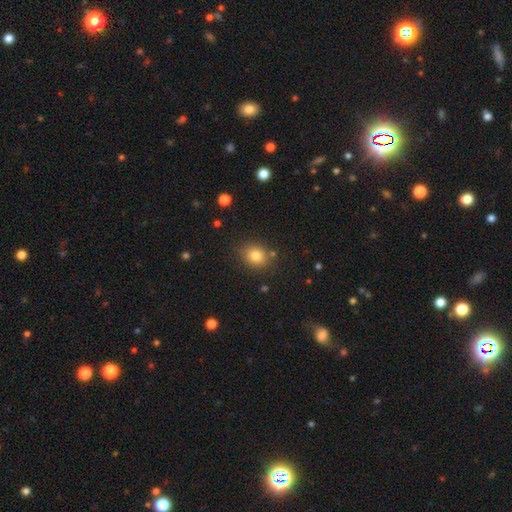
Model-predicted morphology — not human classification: smooth_or_featured: smooth (p=0.81) [alt: star or artifact p=0.12]
how_rounded: round (p=0.64) [alt: in between p=0.35]
merging: none (p=0.83) [alt: minor disturbance p=0.11]